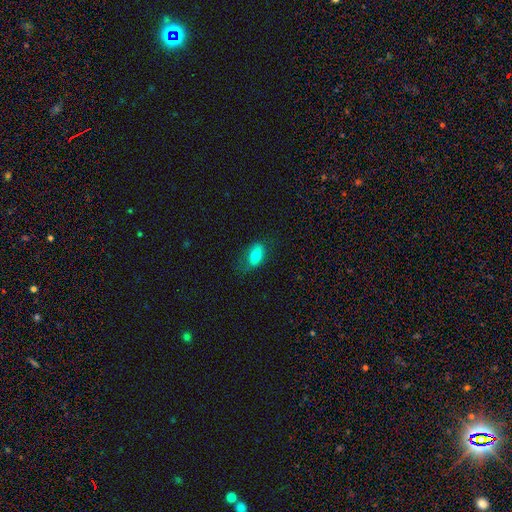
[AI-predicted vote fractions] smooth 78%, featured or disk 14%, star or artifact 8%. Down the decision tree: how rounded — in between (89%); merging — none (64%).